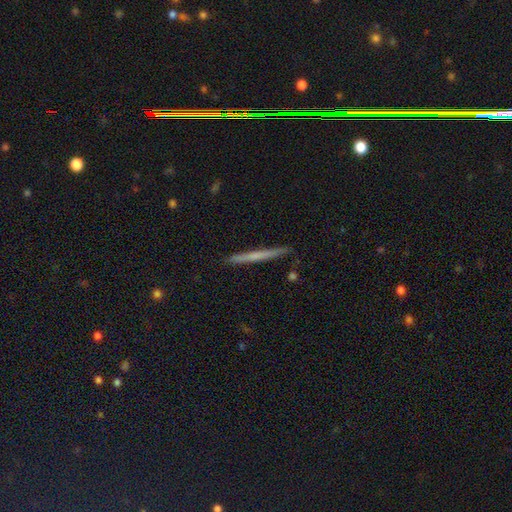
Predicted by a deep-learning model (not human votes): smooth_or_featured: smooth (p=0.51) [alt: featured or disk p=0.43]
how_rounded: cigar-shaped (p=0.97) [alt: in between p=0.02]
merging: none (p=0.90) [alt: minor disturbance p=0.07]